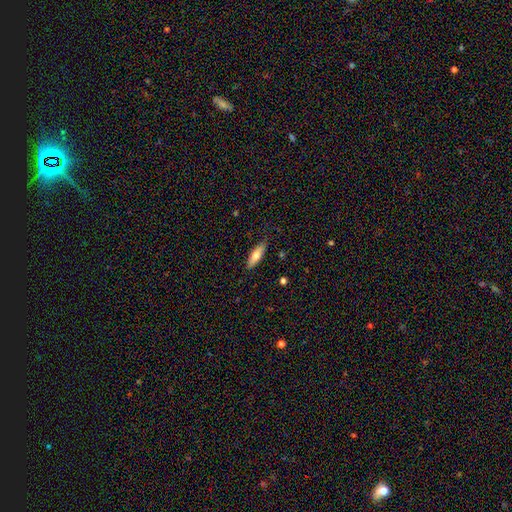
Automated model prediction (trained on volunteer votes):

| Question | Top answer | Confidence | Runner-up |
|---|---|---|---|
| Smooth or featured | smooth | 66% | featured or disk (28%) |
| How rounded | cigar-shaped | 52% | in between (46%) |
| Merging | none | 85% | minor disturbance (11%) |